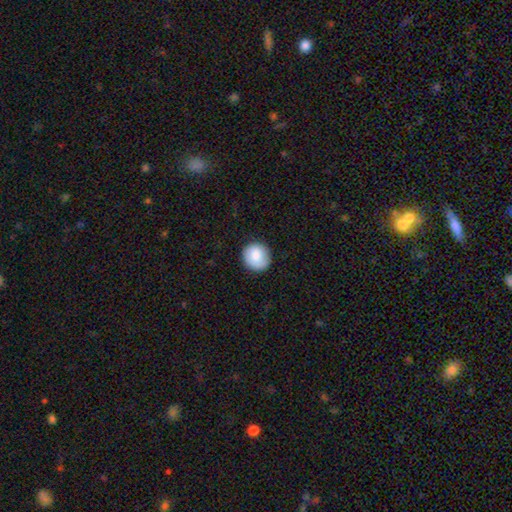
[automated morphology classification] Smooth or featured?
  - smooth: 85% *
  - featured or disk: 8%
  - star or artifact: 7%
How rounded?
  - round: 88% *
  - in between: 11%
  - cigar-shaped: 1%
Merging?
  - none: 86% *
  - minor disturbance: 11%
  - major disturbance: 2%
  - merger: 1%